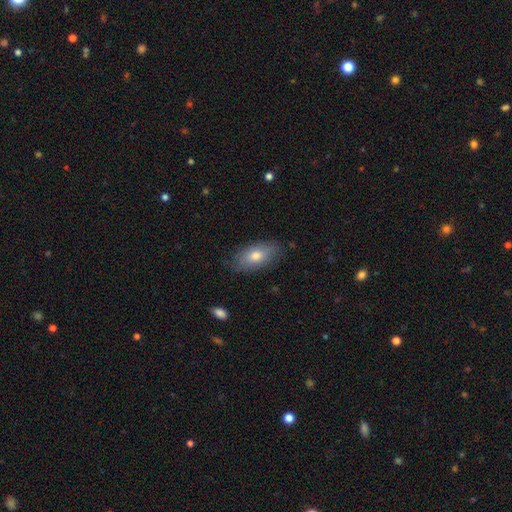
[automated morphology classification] A smooth galaxy with no disk features (72%) that is in between round and cigar-shaped (89%). Merging: none (82%).